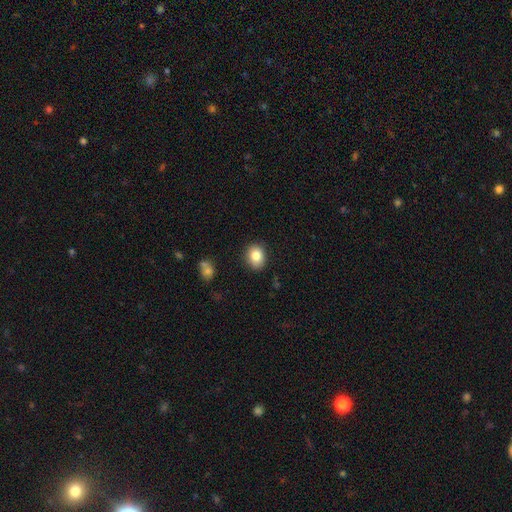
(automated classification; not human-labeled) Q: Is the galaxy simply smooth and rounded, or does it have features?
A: smooth — 83%.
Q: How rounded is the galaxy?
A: round — 53%.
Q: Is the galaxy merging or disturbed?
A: none — 87%.